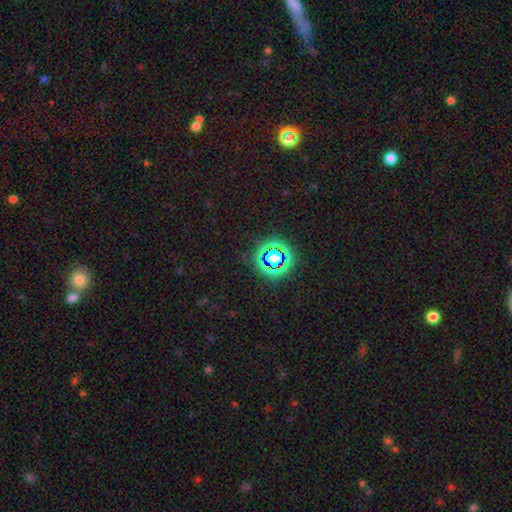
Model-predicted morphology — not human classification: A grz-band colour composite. It shows a star or artifact, not a galaxy (75%).